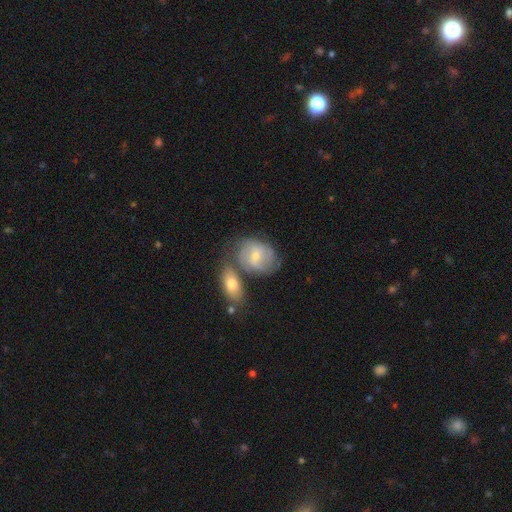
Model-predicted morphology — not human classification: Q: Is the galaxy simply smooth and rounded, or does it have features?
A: featured or disk — 47%.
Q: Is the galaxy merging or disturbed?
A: none — 44%.